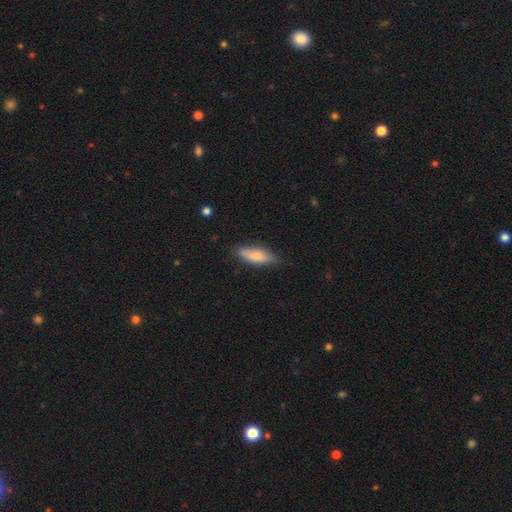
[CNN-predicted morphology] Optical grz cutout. It shows a smooth galaxy with no disk features (76%) that is in between round and cigar-shaped (55%). Merging: none (72%).